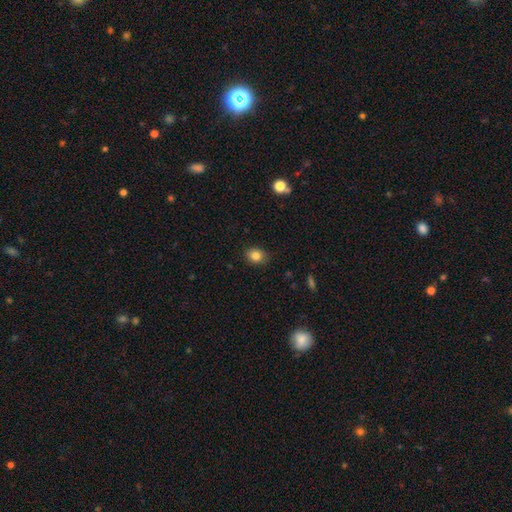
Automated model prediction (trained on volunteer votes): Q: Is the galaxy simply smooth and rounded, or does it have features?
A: smooth — 83%.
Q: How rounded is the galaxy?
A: round — 51%.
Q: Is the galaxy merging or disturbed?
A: none — 87%.